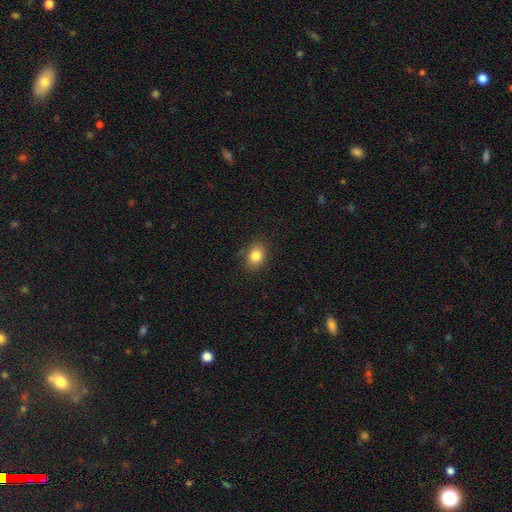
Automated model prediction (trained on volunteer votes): Q: Smooth or featured?
A: smooth (83%); runner-up: star or artifact (10%)
Q: How rounded?
A: in between (51%); runner-up: round (48%)
Q: Merging?
A: none (83%); runner-up: minor disturbance (13%)